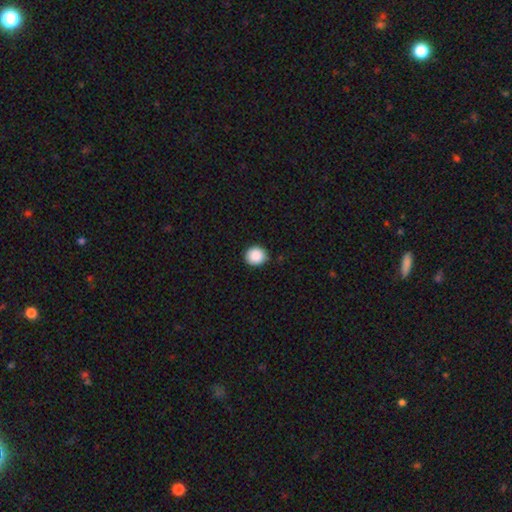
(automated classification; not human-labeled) This appears to be a smooth galaxy with no disk features (89%) that is round (91%). Merging: none (88%).